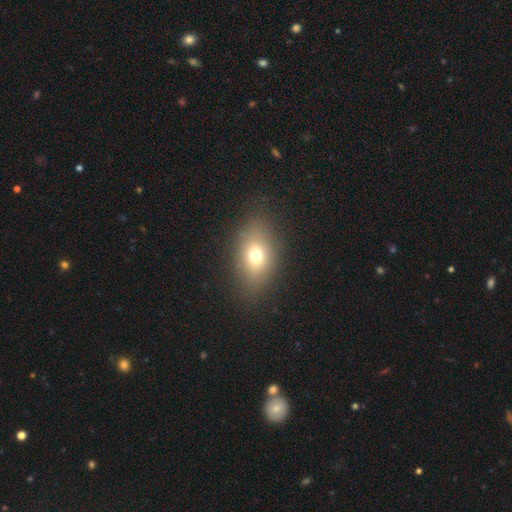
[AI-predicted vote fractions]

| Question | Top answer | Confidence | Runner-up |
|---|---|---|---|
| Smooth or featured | smooth | 70% | featured or disk (15%) |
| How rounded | in between | 73% | round (25%) |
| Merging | none | 84% | minor disturbance (10%) |